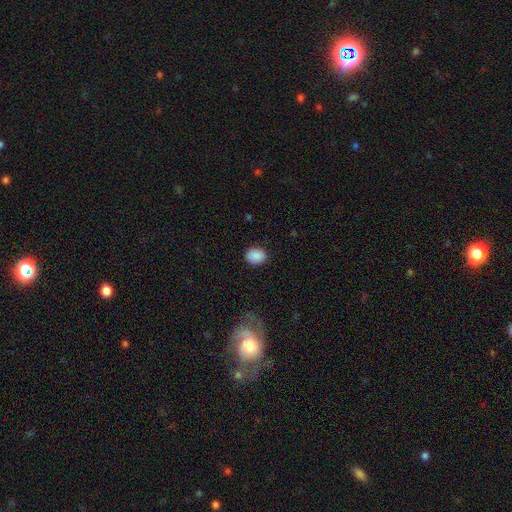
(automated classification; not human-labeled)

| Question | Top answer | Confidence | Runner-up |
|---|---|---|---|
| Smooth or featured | smooth | 88% | star or artifact (8%) |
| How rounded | in between | 50% | round (49%) |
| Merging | none | 87% | minor disturbance (10%) |